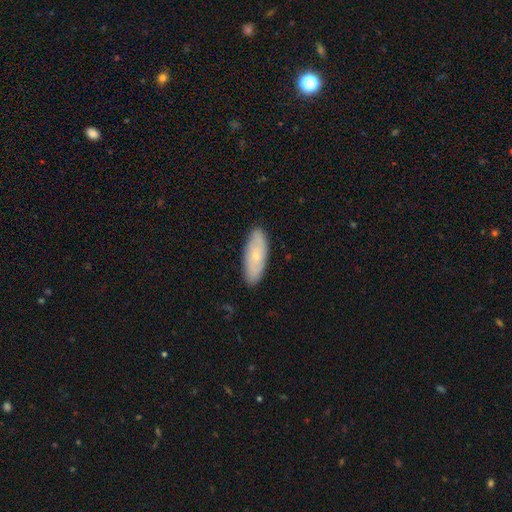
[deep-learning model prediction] This appears to be a smooth galaxy with no disk features (61%) that is in between round and cigar-shaped (73%). Merging: none (87%).